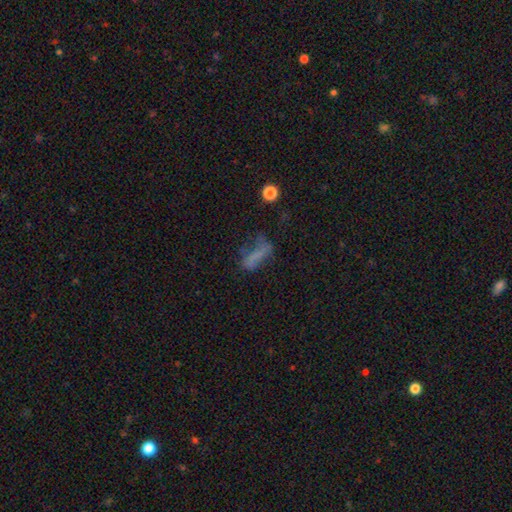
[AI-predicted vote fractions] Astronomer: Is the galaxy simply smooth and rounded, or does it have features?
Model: smooth — 53%.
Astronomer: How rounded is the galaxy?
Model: in between — 54% (runner-up: cigar-shaped, 40%).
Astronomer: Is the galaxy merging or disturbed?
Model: none — 37% (runner-up: major disturbance, 31%).